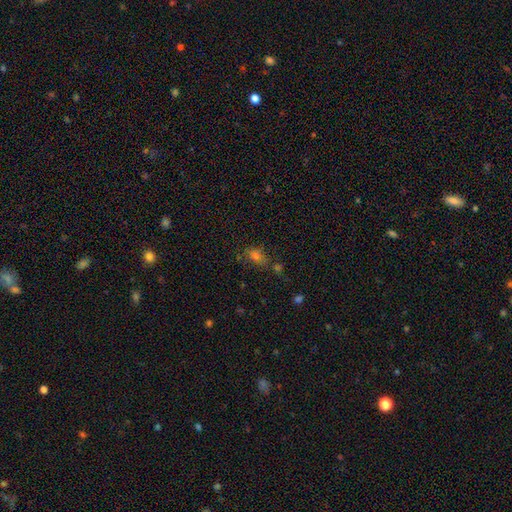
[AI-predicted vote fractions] Smooth or featured?
  - smooth: 57% *
  - star or artifact: 31%
  - featured or disk: 11%
How rounded?
  - in between: 66% *
  - round: 30%
  - cigar-shaped: 5%
Merging?
  - none: 56% *
  - merger: 19%
  - minor disturbance: 17%
  - major disturbance: 8%